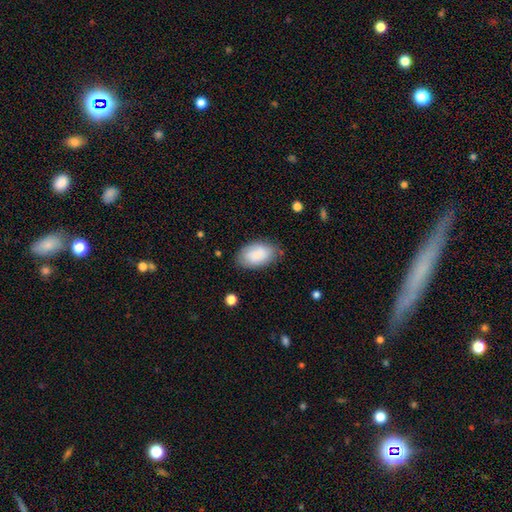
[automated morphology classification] smooth_or_featured: smooth (p=0.86) [alt: featured or disk p=0.07]
how_rounded: in between (p=0.93) [alt: round p=0.05]
merging: none (p=0.76) [alt: minor disturbance p=0.18]